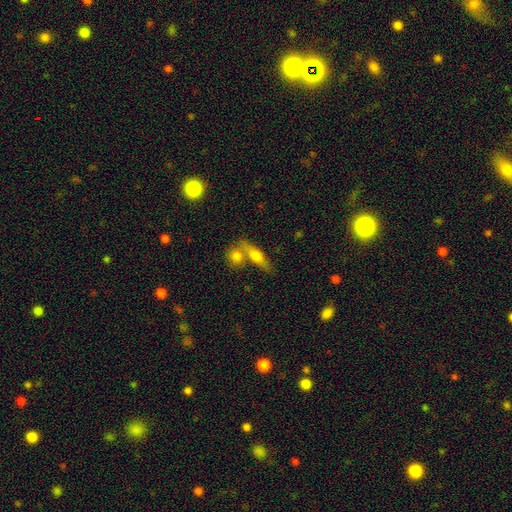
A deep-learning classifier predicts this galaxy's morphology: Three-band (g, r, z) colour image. It shows a smooth galaxy with no disk features (60%) that is cigar-shaped (47%). Merging: none (47%).